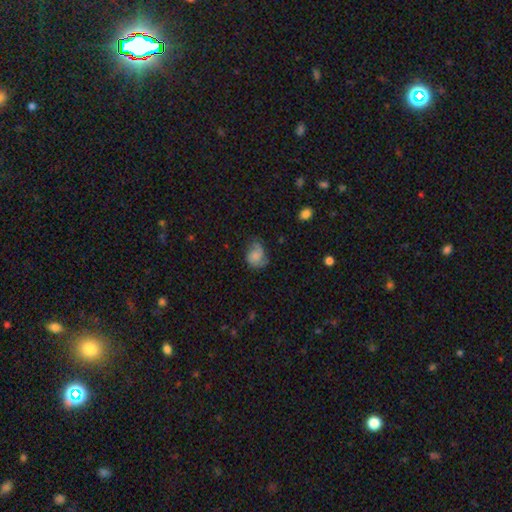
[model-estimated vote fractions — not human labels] smooth 58%, featured or disk 32%, star or artifact 9%. Down the decision tree: how rounded — in between (56%); merging — none (46%).